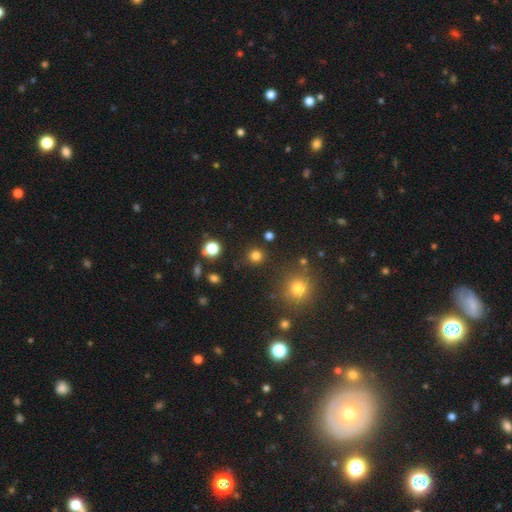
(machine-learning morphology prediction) This is likely a smooth galaxy (79%). How rounded: clearly round (93%). Merging: clearly none (88%).